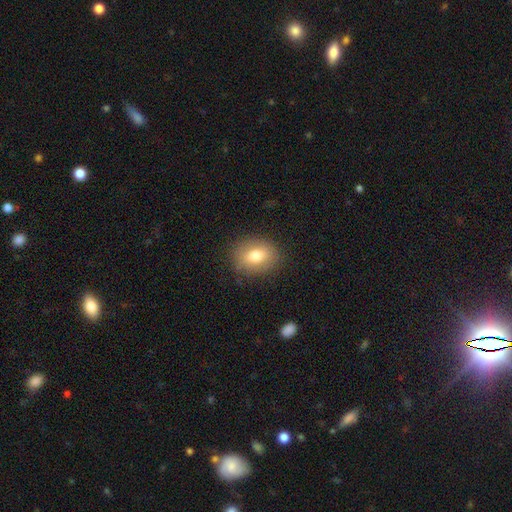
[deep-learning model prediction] Q: Smooth or featured?
A: smooth (77%); runner-up: featured or disk (14%)
Q: How rounded?
A: in between (54%); runner-up: round (44%)
Q: Merging?
A: none (84%); runner-up: minor disturbance (11%)